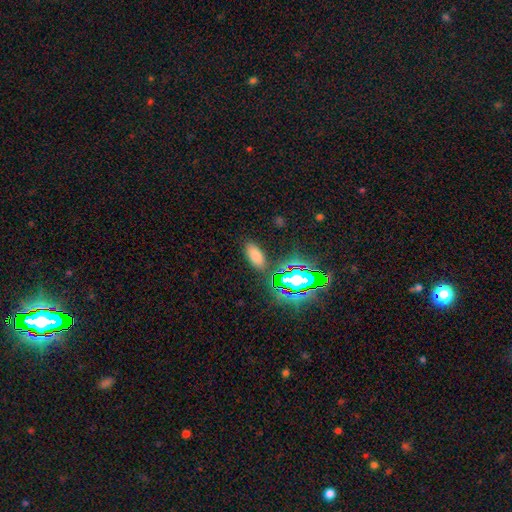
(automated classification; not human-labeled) A smooth galaxy with no disk features (70%) that is in between round and cigar-shaped (88%). Merging: none (85%).